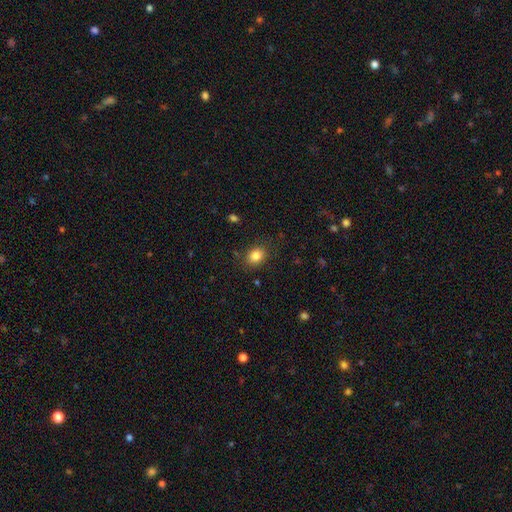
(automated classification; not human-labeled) A smooth galaxy with no disk features (83%) that is round (52%).

Vote fractions:
- Smooth or featured? smooth: 83% / star or artifact: 11% / featured or disk: 6%
- How rounded? round: 52% / in between: 47% / cigar-shaped: 1%
- Merging? none: 84% / minor disturbance: 11% / major disturbance: 3% / merger: 2%